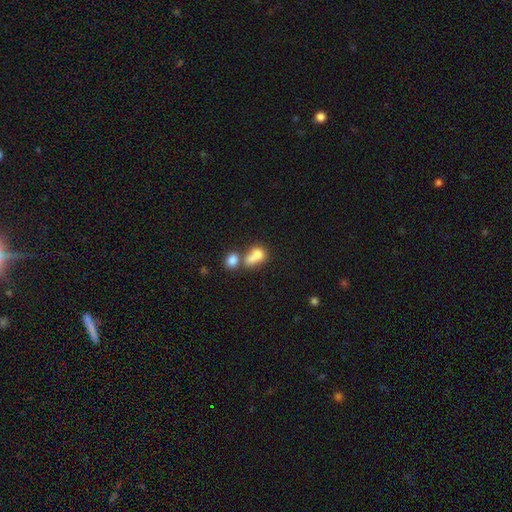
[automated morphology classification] This appears to be a smooth galaxy with no disk features (75%) that is in between round and cigar-shaped (58%). Merging: merger (65%).